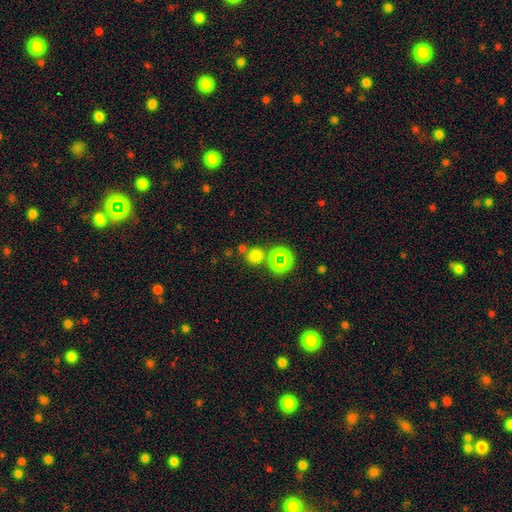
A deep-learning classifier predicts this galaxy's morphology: This appears to be a smooth galaxy with no disk features (65%) that is round (86%). Merging: none (70%).